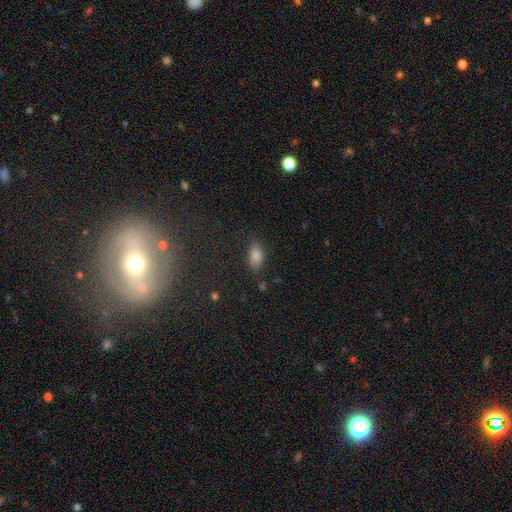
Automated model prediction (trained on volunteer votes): smooth-or-featured: smooth: 76% | star or artifact: 14% | featured or disk: 10%
  how-rounded: in between: 85% | cigar-shaped: 9% | round: 6%
  merging: none: 76% | minor disturbance: 17% | major disturbance: 5% | merger: 2%